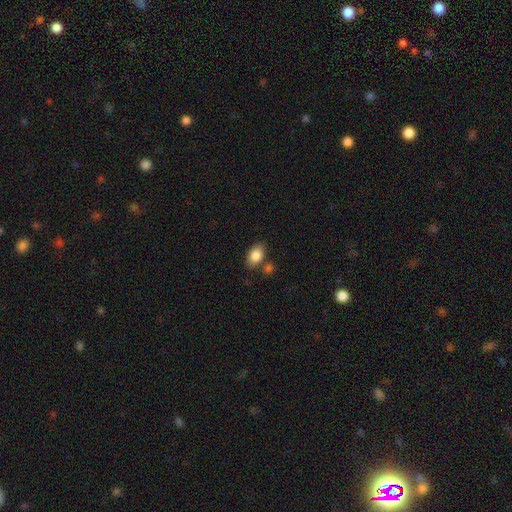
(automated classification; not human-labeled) Smooth or featured? Predicted: smooth (p=0.85). How rounded? Predicted: in between (p=0.85). Merging? Predicted: none (p=0.71).